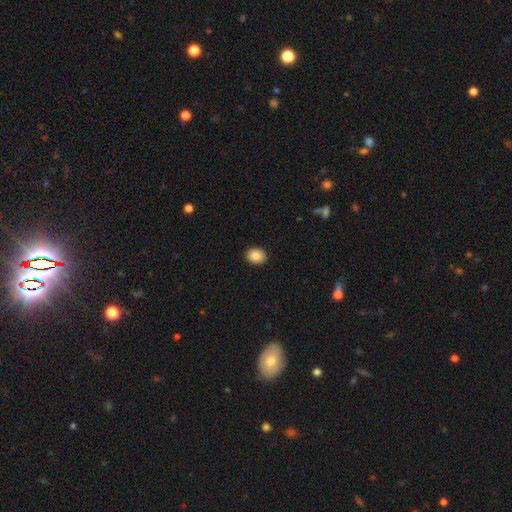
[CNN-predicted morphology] This appears to be a smooth galaxy with no disk features (89%) that is in between round and cigar-shaped (61%). Merging: none (91%).